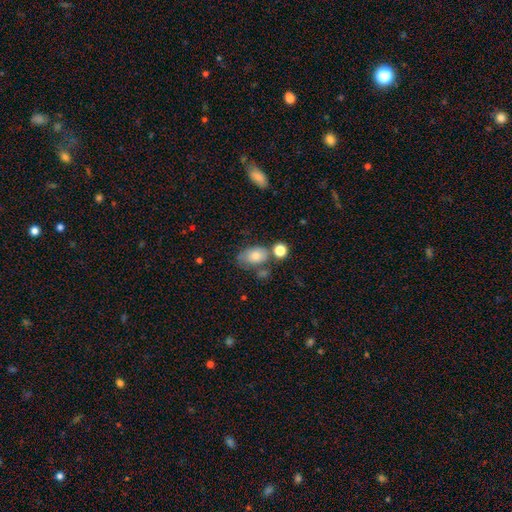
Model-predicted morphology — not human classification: Smooth or featured: smooth — 73% (featured or disk — 17%)
How rounded: in between — 82% (round — 16%)
Merging: none — 49% (minor disturbance — 23%)